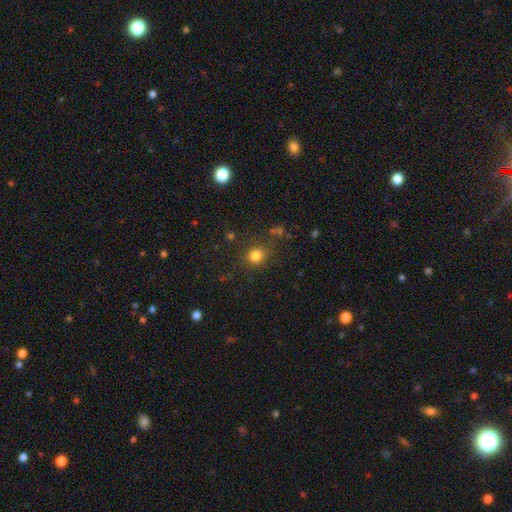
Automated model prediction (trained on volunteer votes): A smooth galaxy with no disk features (81%) that is round (80%).

Vote fractions:
- Smooth or featured? smooth: 81% / star or artifact: 14% / featured or disk: 5%
- How rounded? round: 80% / in between: 19% / cigar-shaped: 1%
- Merging? none: 83% / minor disturbance: 10% / major disturbance: 4% / merger: 3%